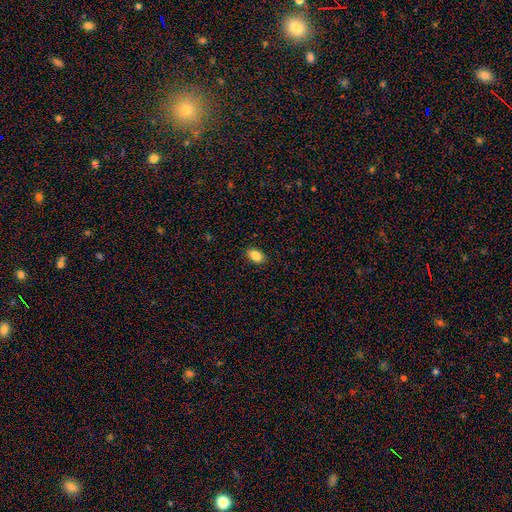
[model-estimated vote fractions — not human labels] Morphology: type=smooth (85%); roundness=in between (87%); merging=none (88%).